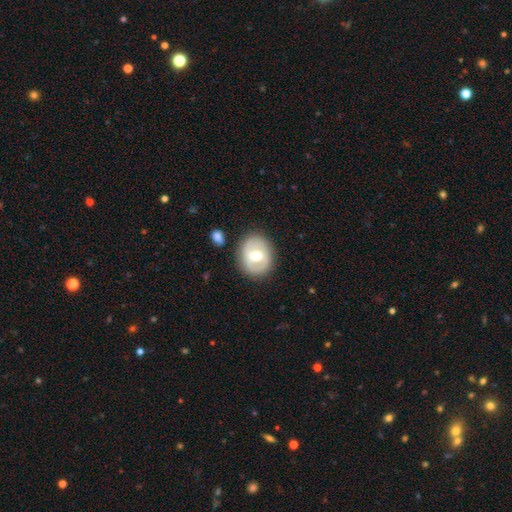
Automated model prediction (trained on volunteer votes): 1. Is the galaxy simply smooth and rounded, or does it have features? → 51% featured or disk, 43% smooth, 6% star or artifact.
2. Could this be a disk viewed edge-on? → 95% no, 5% yes.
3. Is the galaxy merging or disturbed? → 83% none, 11% minor disturbance, 4% major disturbance, 3% merger.